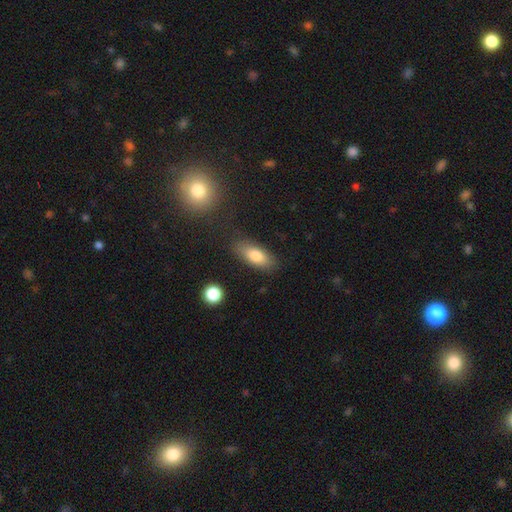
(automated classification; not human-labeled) A smooth galaxy with no disk features (78%) that is in between round and cigar-shaped (81%). Merging: none (81%).